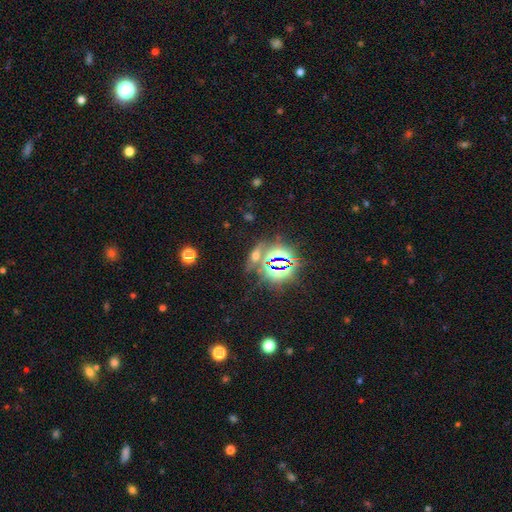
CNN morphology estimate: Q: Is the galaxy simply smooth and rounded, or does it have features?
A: star or artifact — 53%.